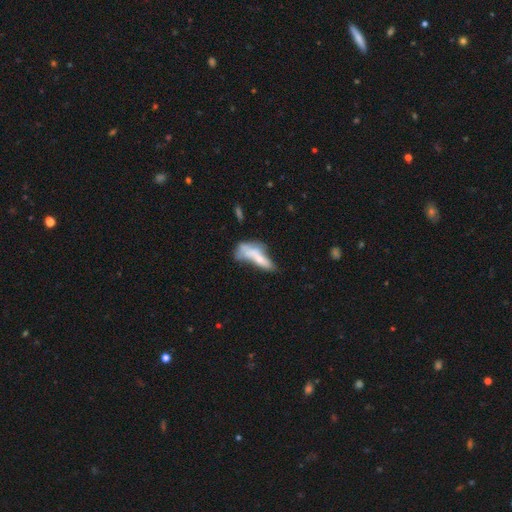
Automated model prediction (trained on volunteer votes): The model was most divided on "how rounded": in between: 51%, cigar-shaped: 46%, round: 3%. Remaining: smooth or featured — smooth (55%); merging — merger (39%).